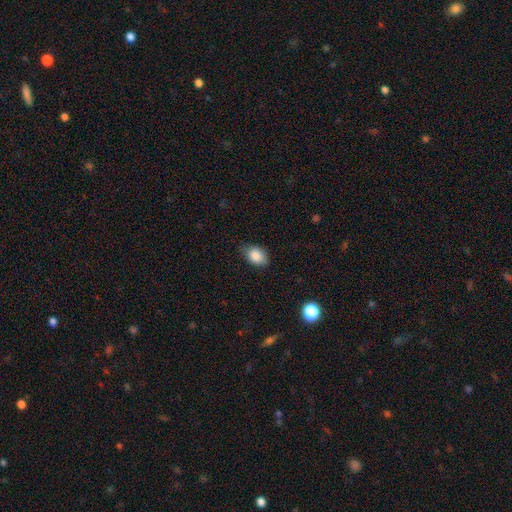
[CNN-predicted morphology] Smooth or featured? smooth (86%)
How rounded? in between (78%)
Merging? none (76%)